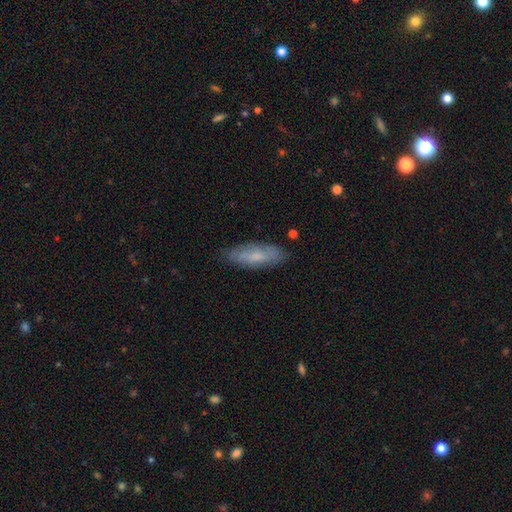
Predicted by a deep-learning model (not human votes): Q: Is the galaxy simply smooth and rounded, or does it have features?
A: smooth — 58%.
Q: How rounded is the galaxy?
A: in between — 58%.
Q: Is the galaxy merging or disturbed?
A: none — 80%.